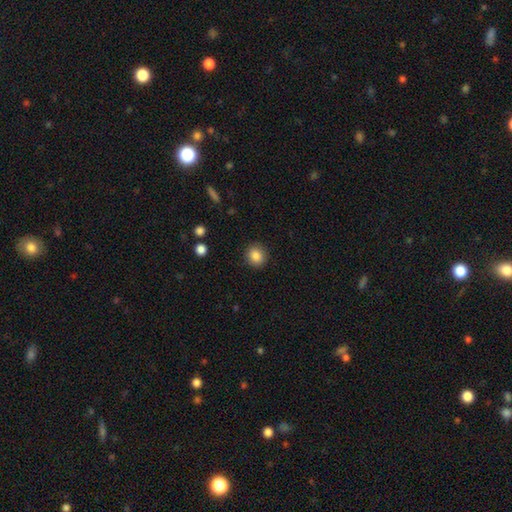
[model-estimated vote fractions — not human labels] This appears to be a smooth galaxy with no disk features (86%) that is round (84%). Merging: none (90%).